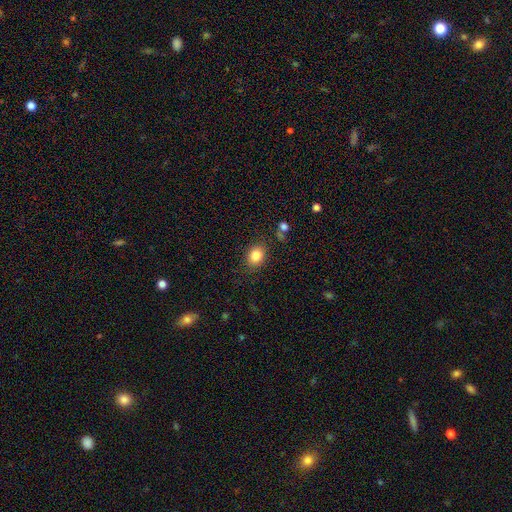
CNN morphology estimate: Overall: smooth (84%). How rounded: in between (59%; round 40%). Merging: none (83%).